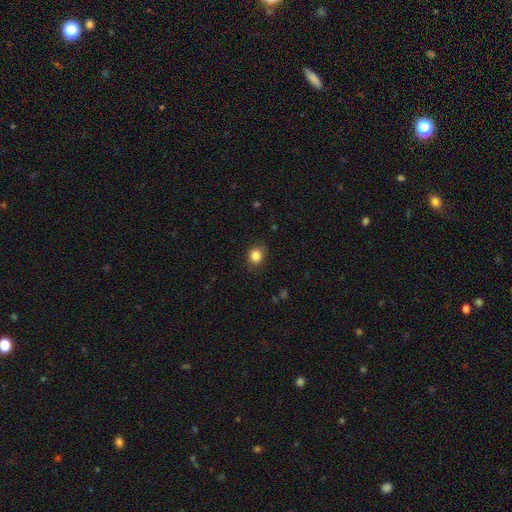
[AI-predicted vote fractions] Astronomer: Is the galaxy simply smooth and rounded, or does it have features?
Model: smooth — 85%.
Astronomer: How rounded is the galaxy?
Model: round — 74%.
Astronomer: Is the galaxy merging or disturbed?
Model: none — 85%.